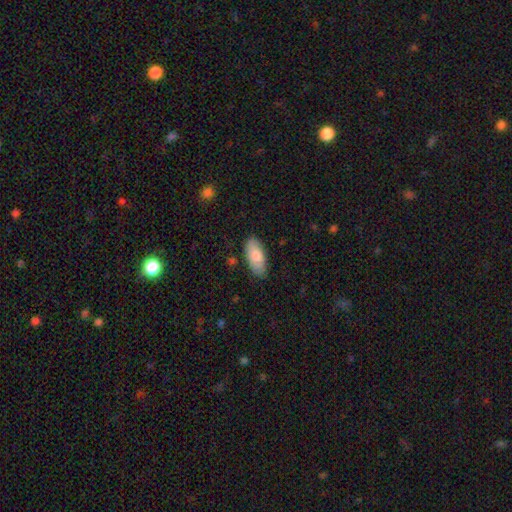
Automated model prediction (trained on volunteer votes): This appears to be a smooth galaxy with no disk features (86%) that is in between round and cigar-shaped (89%). Merging: none (82%).